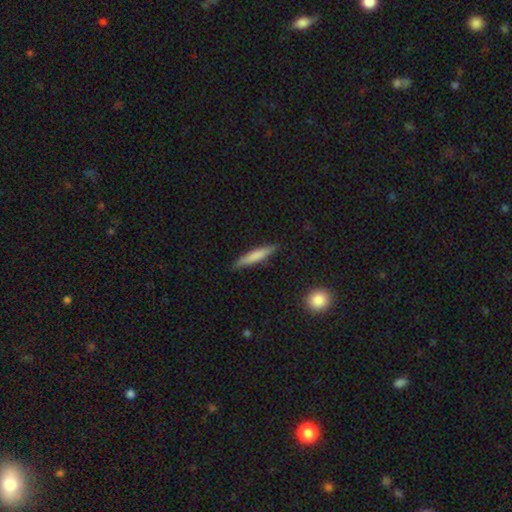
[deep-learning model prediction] Overall: smooth (71%). How rounded: cigar-shaped (90%). Merging: none (87%).